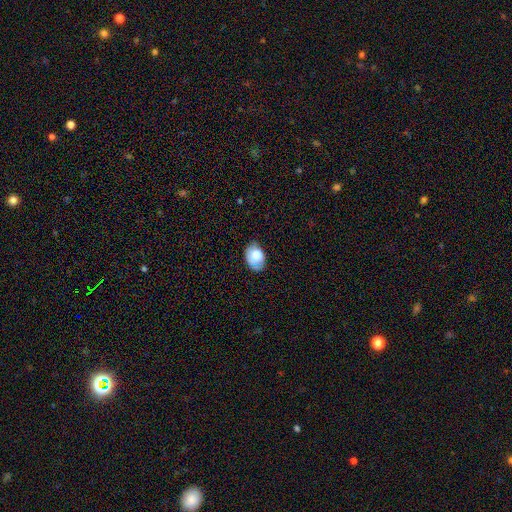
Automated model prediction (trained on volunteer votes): A smooth galaxy with no disk features (70%) that is in between round and cigar-shaped (73%). Merging: none (66%).